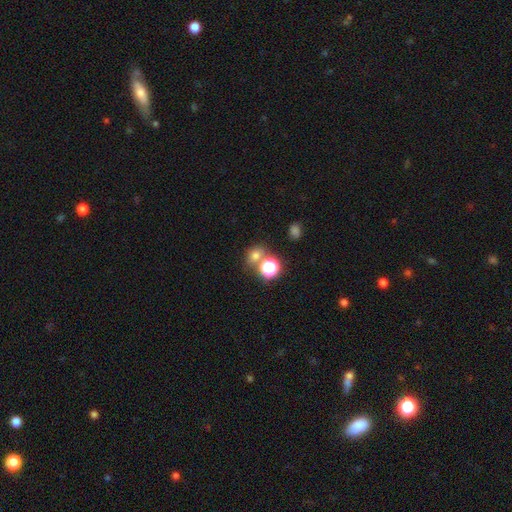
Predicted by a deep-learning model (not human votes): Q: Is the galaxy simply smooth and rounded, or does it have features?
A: smooth — 67%.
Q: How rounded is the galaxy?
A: round — 68%.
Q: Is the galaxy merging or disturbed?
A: none — 62%.